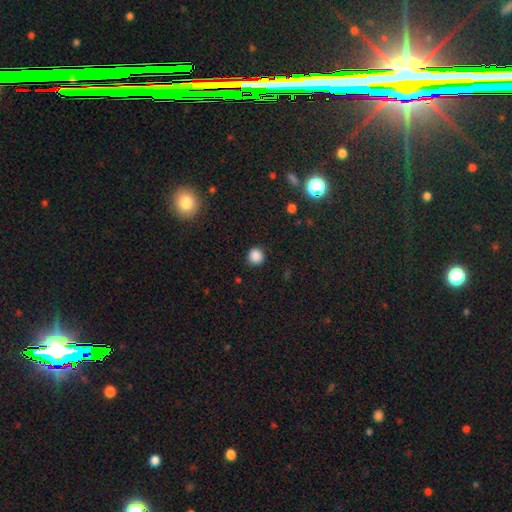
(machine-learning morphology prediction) Smooth or featured? Predicted: smooth (p=0.86). How rounded? Predicted: round (p=0.91). Merging? Predicted: none (p=0.89).